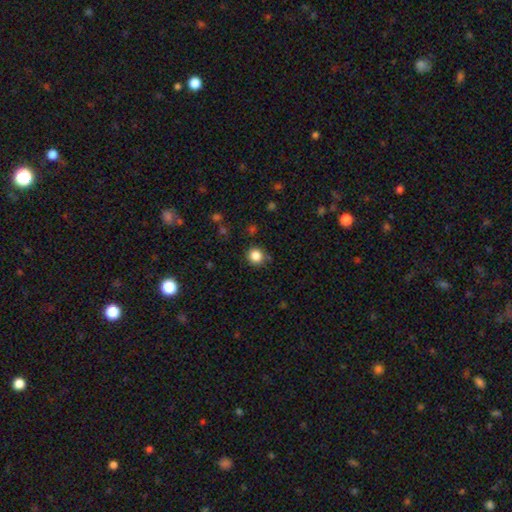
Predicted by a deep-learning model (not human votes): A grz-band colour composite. It shows a smooth galaxy with no disk features (85%) that is round (90%). Merging: none (83%).